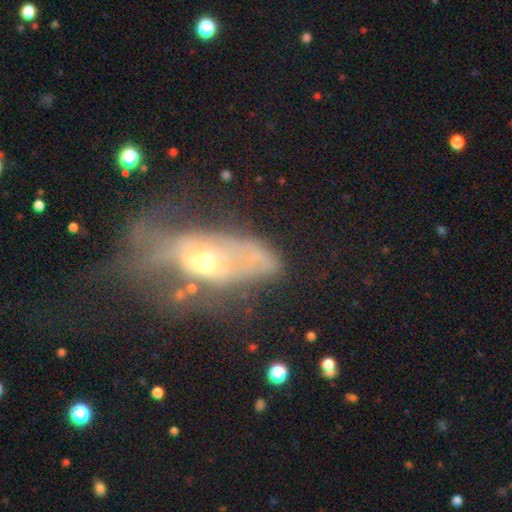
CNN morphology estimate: type=featured or disk (52%); edge-on=no (86%); merging=major disturbance (52%).